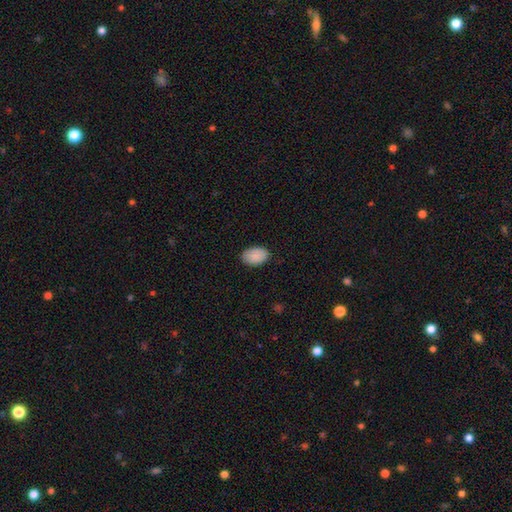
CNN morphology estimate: The model was most divided on "merging": none: 87%, minor disturbance: 10%, major disturbance: 2%, merger: 1%. More confident: how rounded — in between (91%); smooth or featured — smooth (90%).